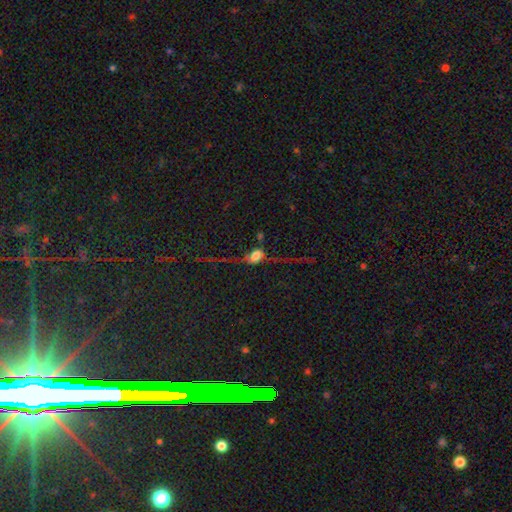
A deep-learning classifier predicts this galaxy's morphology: This is possibly a smooth galaxy (48%). Merging: possibly none (47%).